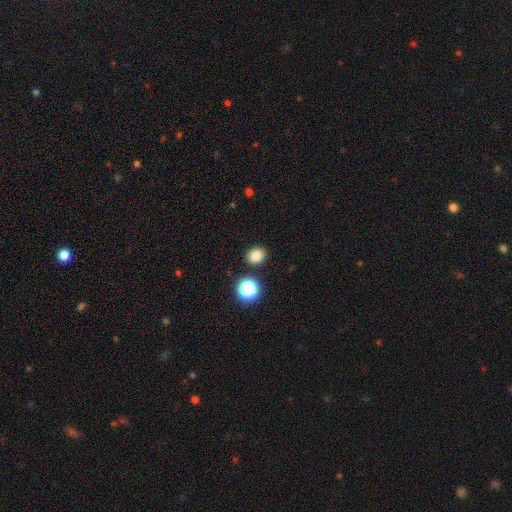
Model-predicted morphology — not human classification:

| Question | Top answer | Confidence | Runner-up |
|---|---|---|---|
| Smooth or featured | smooth | 81% | star or artifact (14%) |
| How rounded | round | 69% | in between (30%) |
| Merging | none | 87% | minor disturbance (7%) |